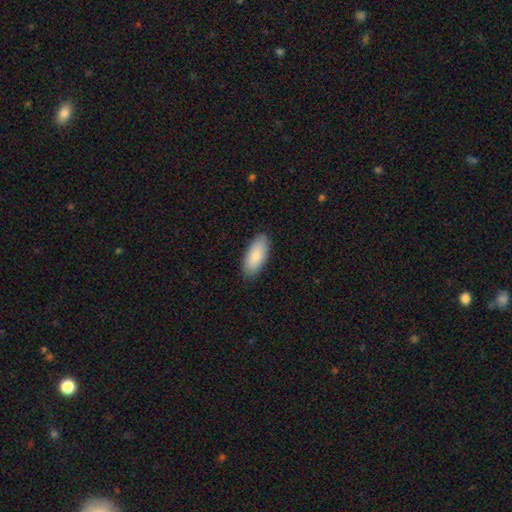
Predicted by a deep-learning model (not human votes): A smooth galaxy with no disk features (87%) that is in between round and cigar-shaped (88%). Merging: none (88%).